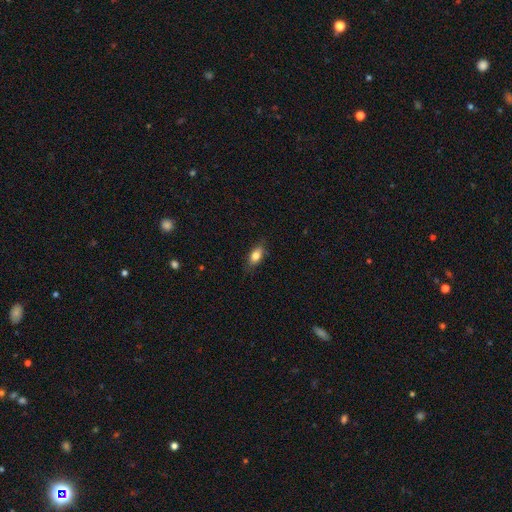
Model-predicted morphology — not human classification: type=smooth (78%); roundness=in between (82%); merging=none (79%).